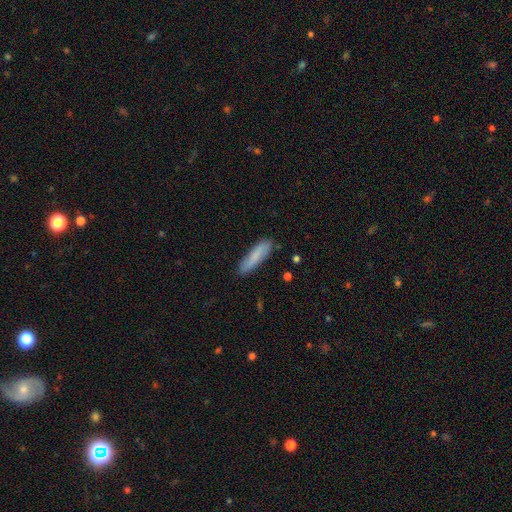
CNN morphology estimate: A smooth galaxy with no disk features (79%) that is cigar-shaped (76%). Merging: none (84%).